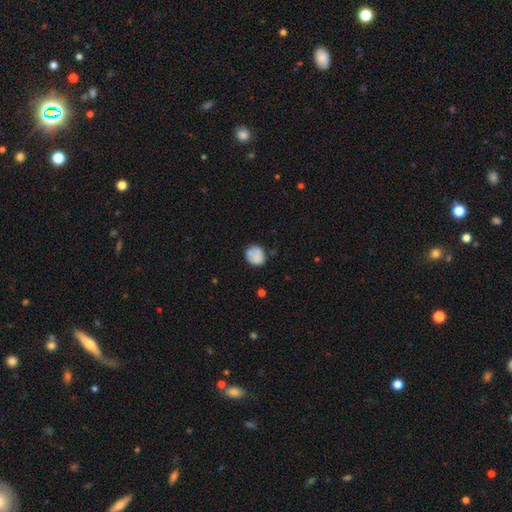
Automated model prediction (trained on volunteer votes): smooth_or_featured: smooth (p=0.76) [alt: featured or disk p=0.15]
how_rounded: round (p=0.73) [alt: in between p=0.26]
merging: none (p=0.65) [alt: minor disturbance p=0.21]